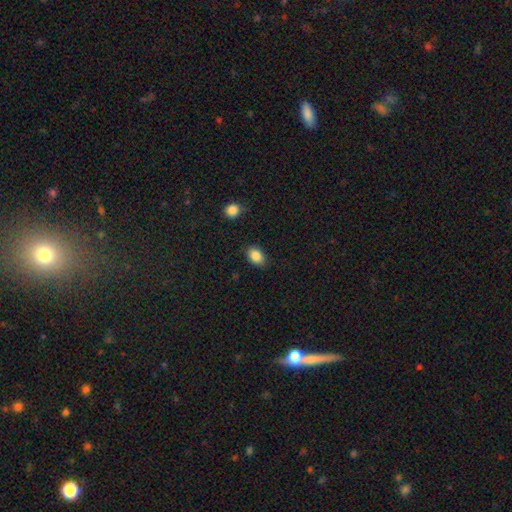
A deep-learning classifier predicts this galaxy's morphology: Smooth or featured? Predicted: smooth (p=0.87). How rounded? Predicted: in between (p=0.84). Merging? Predicted: none (p=0.82).